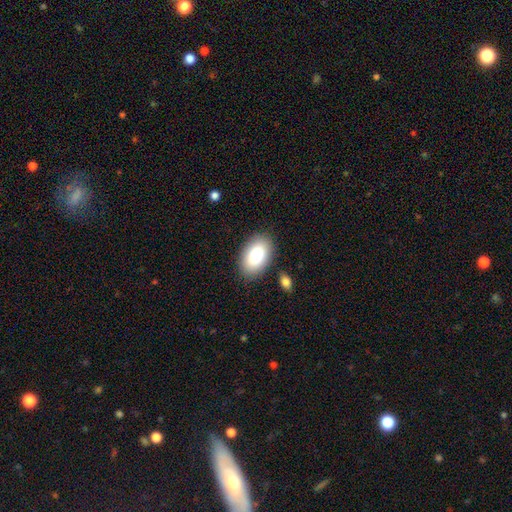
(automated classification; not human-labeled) smooth-or-featured: smooth: 87% | featured or disk: 7% | star or artifact: 6%
  how-rounded: in between: 94% | round: 5% | cigar-shaped: 1%
  merging: none: 85% | minor disturbance: 10% | major disturbance: 3% | merger: 2%